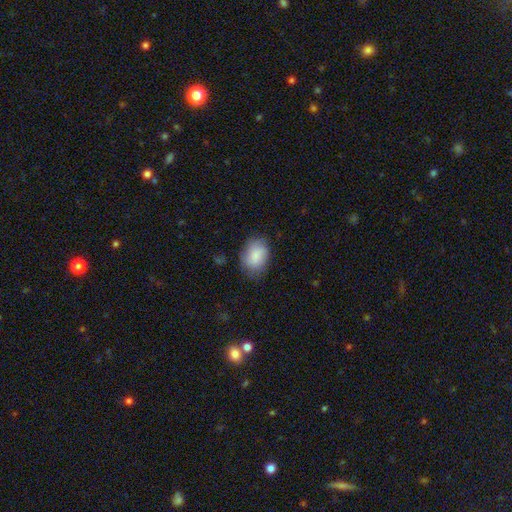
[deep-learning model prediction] smooth_or_featured: smooth (p=0.85) [alt: featured or disk p=0.08]
how_rounded: in between (p=0.77) [alt: round p=0.22]
merging: none (p=0.71) [alt: minor disturbance p=0.22]